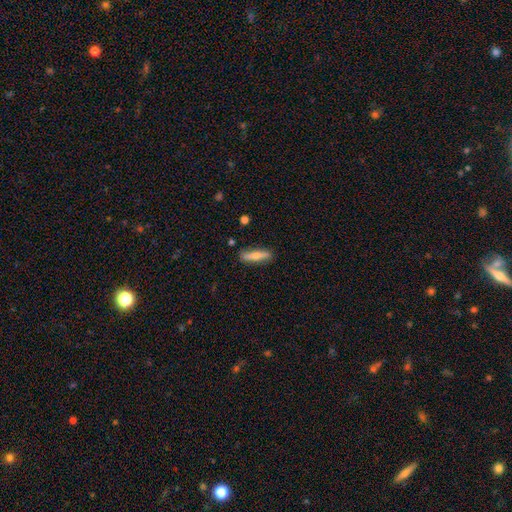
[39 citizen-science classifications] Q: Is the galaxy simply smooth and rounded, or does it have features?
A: smooth — 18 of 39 (46%).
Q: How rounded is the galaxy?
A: cigar-shaped — 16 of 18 (89%).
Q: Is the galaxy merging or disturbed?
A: none — 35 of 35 (100%).